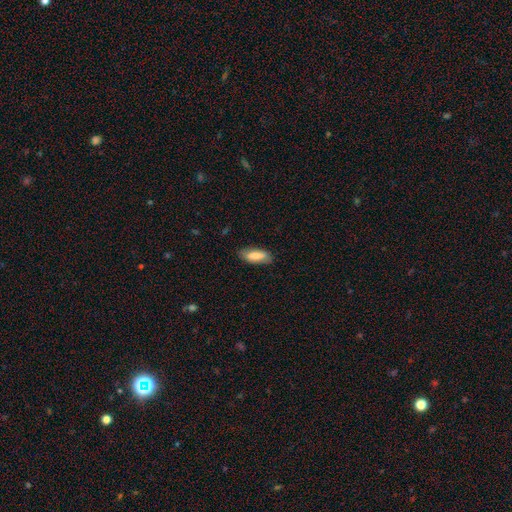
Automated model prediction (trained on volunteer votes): Smooth or featured?
  - smooth: 78% *
  - featured or disk: 16%
  - star or artifact: 6%
How rounded?
  - in between: 73% *
  - cigar-shaped: 25%
  - round: 2%
Merging?
  - none: 81% *
  - minor disturbance: 15%
  - major disturbance: 3%
  - merger: 1%